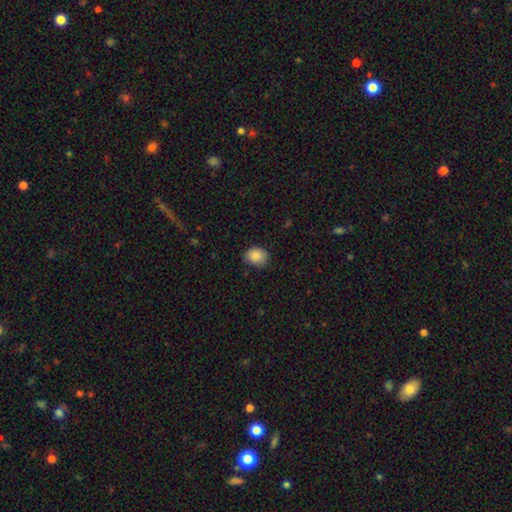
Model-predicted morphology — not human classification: A smooth galaxy with no disk features (88%) that is round (55%). Merging: none (77%).